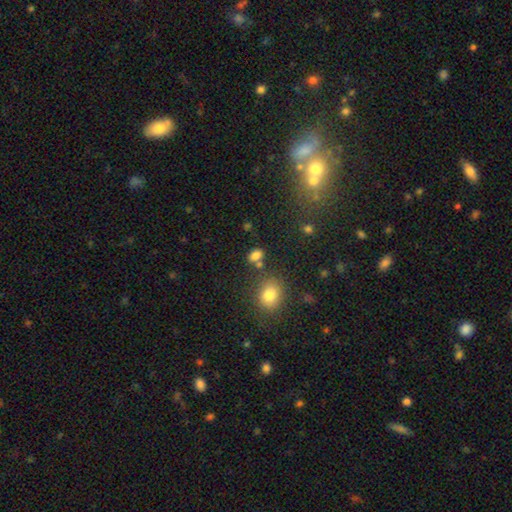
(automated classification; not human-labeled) A smooth galaxy with no disk features (79%) that is in between round and cigar-shaped (73%).

Vote fractions:
- Smooth or featured? smooth: 79% / star or artifact: 14% / featured or disk: 7%
- How rounded? in between: 73% / round: 25% / cigar-shaped: 2%
- Merging? none: 63% / merger: 20% / minor disturbance: 13% / major disturbance: 5%